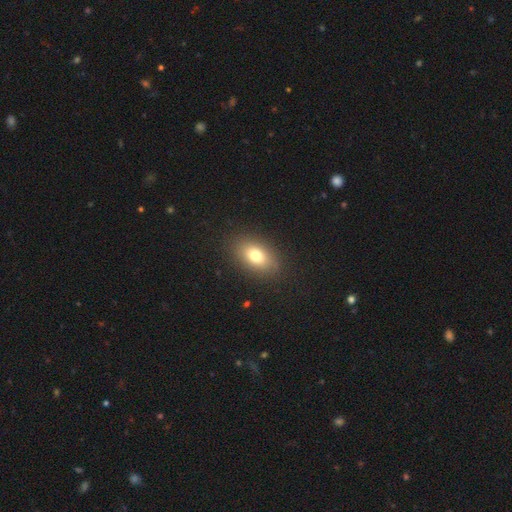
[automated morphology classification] The model was most divided on "smooth or featured": smooth: 76%, featured or disk: 14%, star or artifact: 11%. More confident: merging — none (87%); how rounded — in between (84%).